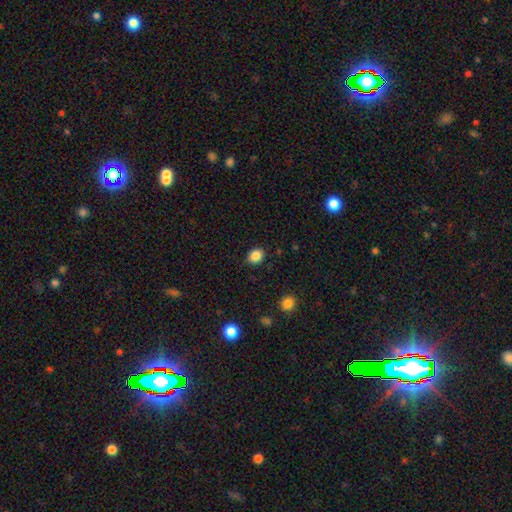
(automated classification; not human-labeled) Smooth or featured: smooth — 86% (star or artifact — 10%)
How rounded: round — 54% (in between — 45%)
Merging: none — 86% (minor disturbance — 10%)